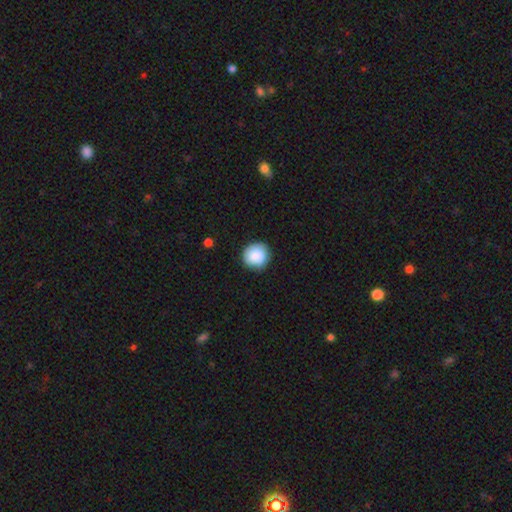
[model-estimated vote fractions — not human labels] A smooth galaxy with no disk features (88%) that is round (90%).

Vote fractions:
- Smooth or featured? smooth: 88% / star or artifact: 7% / featured or disk: 6%
- How rounded? round: 90% / in between: 9% / cigar-shaped: 1%
- Merging? none: 86% / minor disturbance: 10% / major disturbance: 2% / merger: 1%